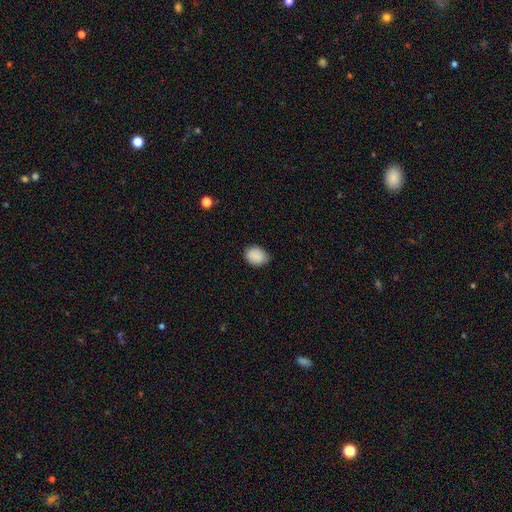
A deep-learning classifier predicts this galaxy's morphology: smooth-or-featured: smooth: 89% | star or artifact: 7% | featured or disk: 3%
  how-rounded: in between: 64% | round: 35% | cigar-shaped: 1%
  merging: none: 79% | minor disturbance: 17% | major disturbance: 3% | merger: 1%